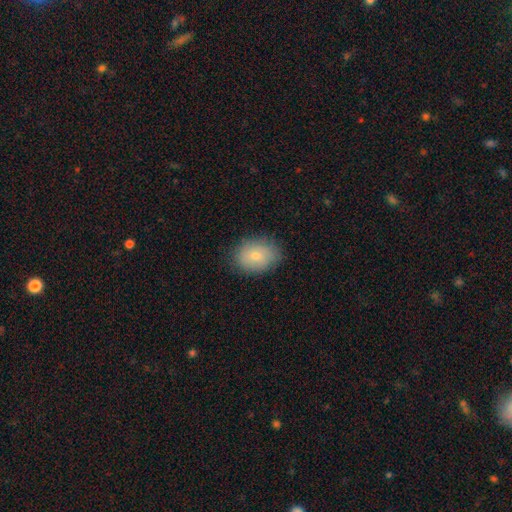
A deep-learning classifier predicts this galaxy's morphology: Overall: smooth (79%). How rounded: in between (70%). Merging: none (82%).